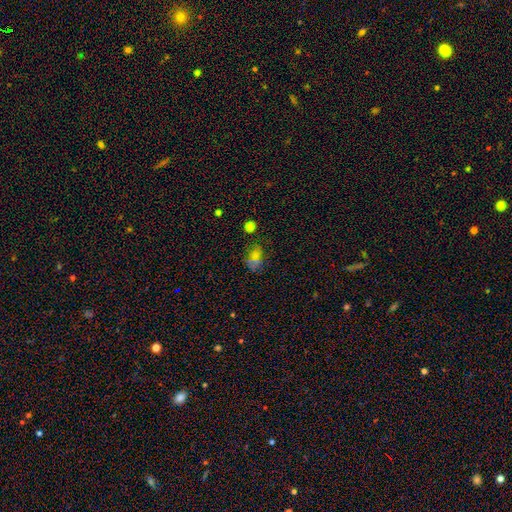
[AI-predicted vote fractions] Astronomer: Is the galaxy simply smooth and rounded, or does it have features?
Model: smooth — 51% (runner-up: star or artifact, 34%).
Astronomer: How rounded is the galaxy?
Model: in between — 70%.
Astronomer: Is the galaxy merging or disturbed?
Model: none — 59%.